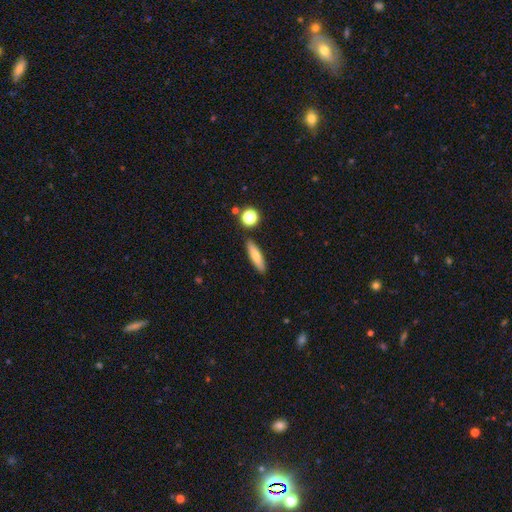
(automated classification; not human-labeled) A smooth galaxy with no disk features (74%) that is cigar-shaped (70%). Merging: none (87%).